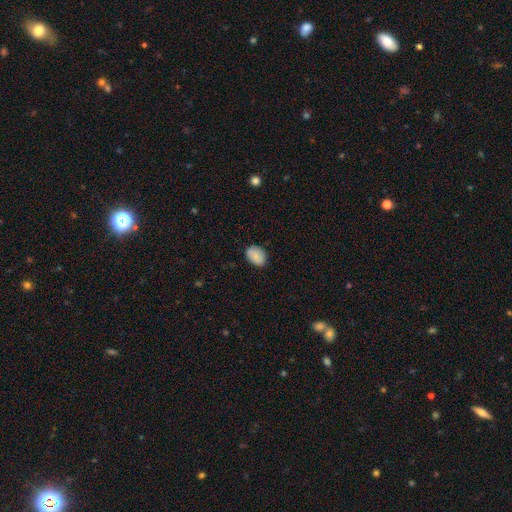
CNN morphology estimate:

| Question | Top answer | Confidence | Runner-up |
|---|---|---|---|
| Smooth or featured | smooth | 85% | star or artifact (7%) |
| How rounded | in between | 80% | round (19%) |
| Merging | none | 82% | minor disturbance (14%) |